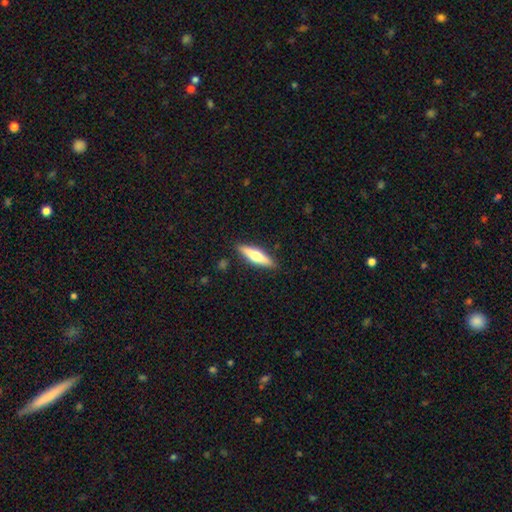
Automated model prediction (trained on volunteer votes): This appears to be a smooth galaxy with no disk features (48%). Merging: none (89%).